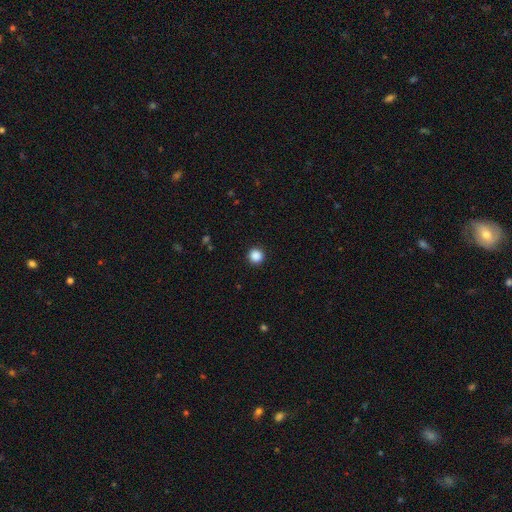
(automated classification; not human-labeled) A smooth galaxy with no disk features (88%) that is round (95%). Merging: none (93%).